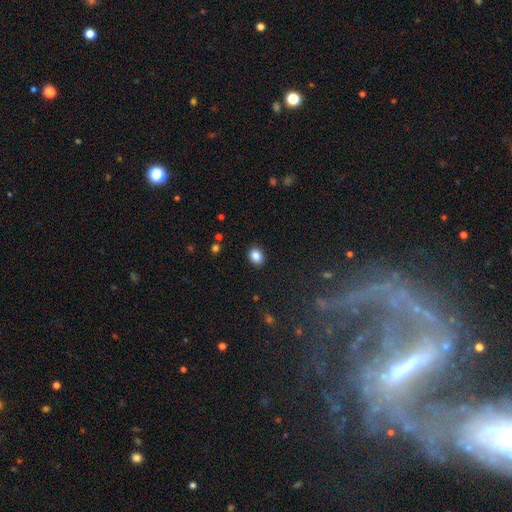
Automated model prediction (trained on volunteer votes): Morphology: type=smooth (87%); roundness=in between (60%); merging=none (89%).